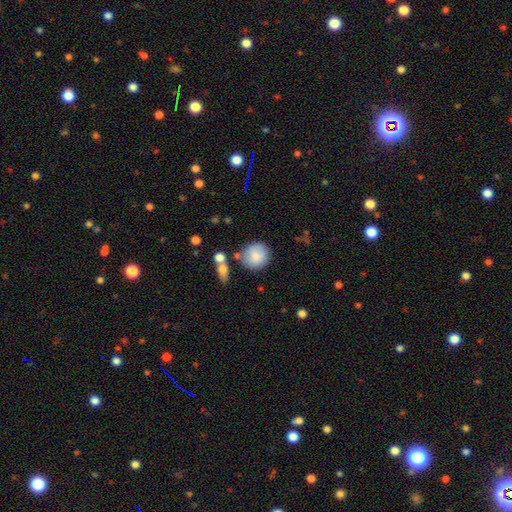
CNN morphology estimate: Q: Smooth or featured?
A: smooth (85%); runner-up: featured or disk (8%)
Q: How rounded?
A: round (90%); runner-up: in between (9%)
Q: Merging?
A: none (76%); runner-up: minor disturbance (12%)